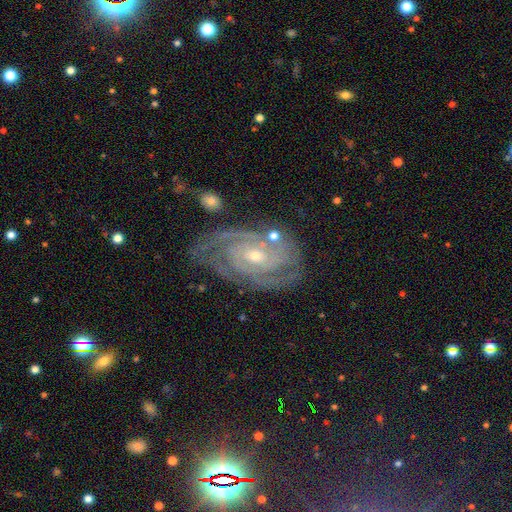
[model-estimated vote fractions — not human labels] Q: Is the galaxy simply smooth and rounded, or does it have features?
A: featured or disk — 89%.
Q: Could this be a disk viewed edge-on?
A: no — 96%.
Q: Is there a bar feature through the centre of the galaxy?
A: no — 56%.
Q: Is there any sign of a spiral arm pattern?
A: yes — 98%.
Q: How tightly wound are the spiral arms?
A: tight — 73%.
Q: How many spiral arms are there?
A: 2 — 41%.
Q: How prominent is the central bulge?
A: small — 57%.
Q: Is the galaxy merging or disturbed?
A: none — 69%.